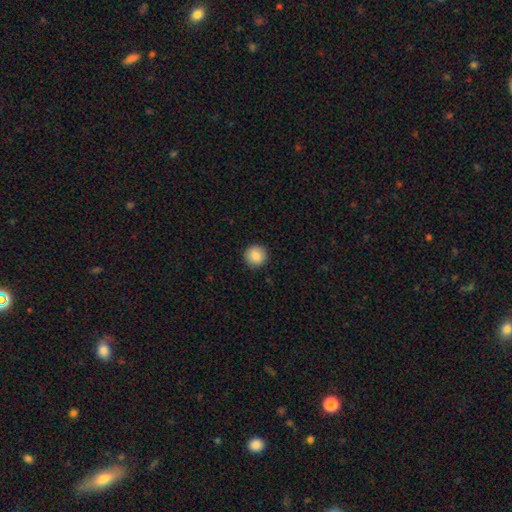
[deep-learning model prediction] Smooth or featured: smooth — 88% (star or artifact — 8%)
How rounded: round — 94% (in between — 5%)
Merging: none — 91% (minor disturbance — 6%)